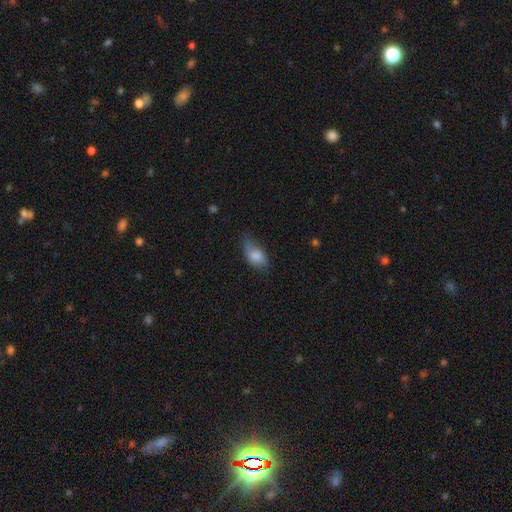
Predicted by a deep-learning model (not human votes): smooth 79%, featured or disk 14%, star or artifact 7%. Down the decision tree: how rounded — in between (89%); merging — none (48%).